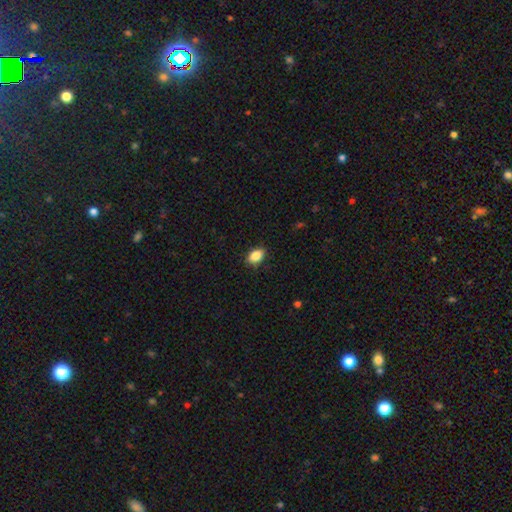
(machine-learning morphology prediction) smooth_or_featured: smooth (p=0.87) [alt: star or artifact p=0.08]
how_rounded: in between (p=0.86) [alt: round p=0.12]
merging: none (p=0.85) [alt: minor disturbance p=0.11]